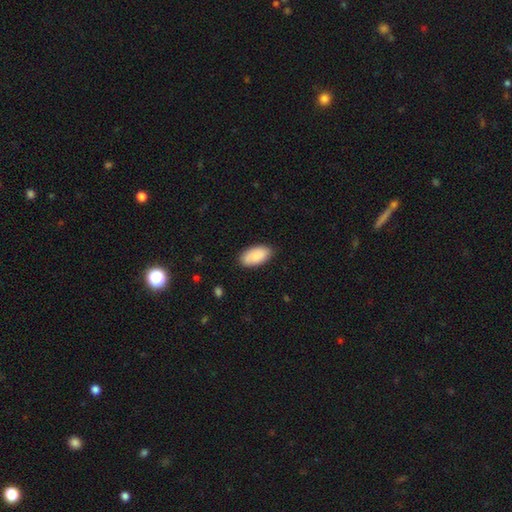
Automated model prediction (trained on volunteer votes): A smooth galaxy with no disk features (85%) that is in between round and cigar-shaped (95%).

Vote fractions:
- Smooth or featured? smooth: 85% / featured or disk: 9% / star or artifact: 6%
- How rounded? in between: 95% / cigar-shaped: 2% / round: 2%
- Merging? none: 85% / minor disturbance: 12% / major disturbance: 2% / merger: 1%